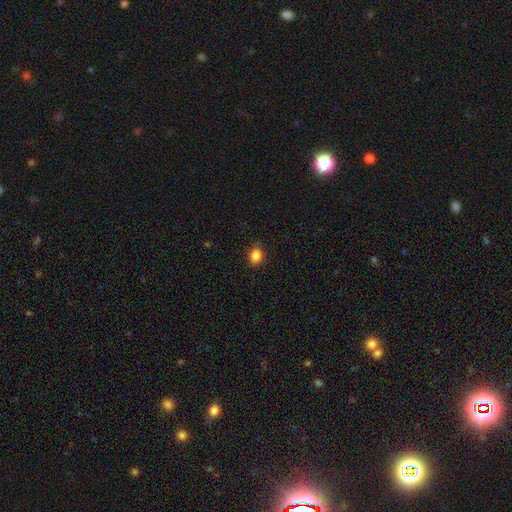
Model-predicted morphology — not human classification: Smooth or featured: smooth — 86% (star or artifact — 10%)
How rounded: round — 57% (in between — 42%)
Merging: none — 82% (minor disturbance — 14%)